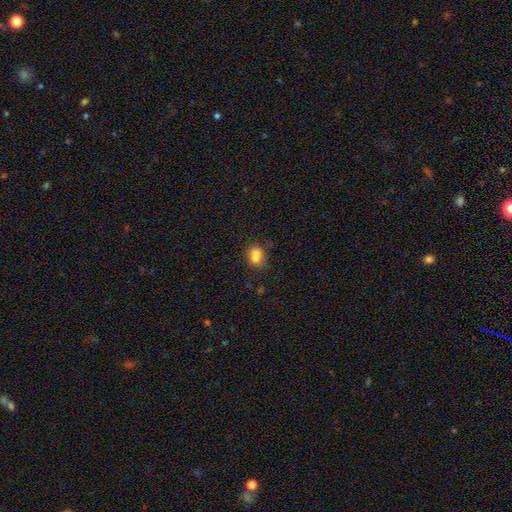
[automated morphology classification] Smooth or featured?
  - smooth: 75% *
  - featured or disk: 13%
  - star or artifact: 12%
How rounded?
  - in between: 54% *
  - round: 45%
  - cigar-shaped: 1%
Merging?
  - none: 41% *
  - merger: 39%
  - minor disturbance: 14%
  - major disturbance: 5%